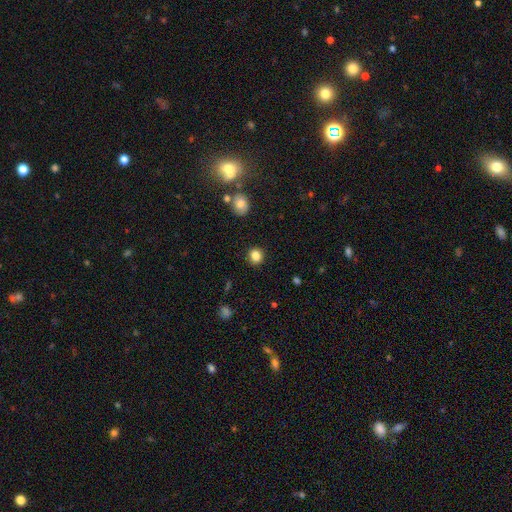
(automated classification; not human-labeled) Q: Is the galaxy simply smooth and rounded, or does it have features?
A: smooth — 84%.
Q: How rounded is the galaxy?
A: round — 80%.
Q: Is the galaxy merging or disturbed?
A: none — 90%.